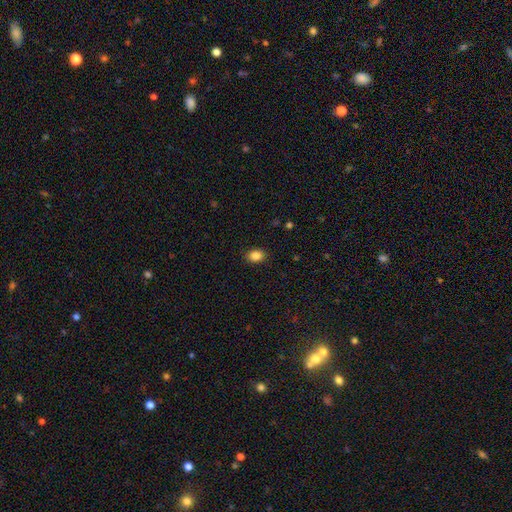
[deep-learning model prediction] This is clearly a smooth galaxy (86%). How rounded: likely in between (69%). Merging: clearly none (89%).